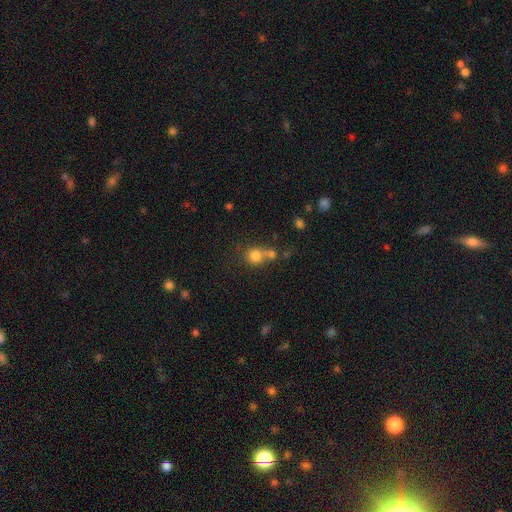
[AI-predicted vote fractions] A smooth galaxy with no disk features (78%) that is round (83%).

Vote fractions:
- Smooth or featured? smooth: 78% / star or artifact: 12% / featured or disk: 9%
- How rounded? round: 83% / in between: 16% / cigar-shaped: 1%
- Merging? none: 43% / merger: 42% / minor disturbance: 10% / major disturbance: 5%